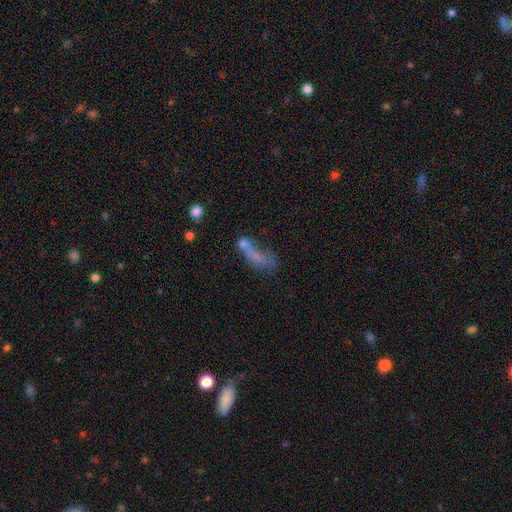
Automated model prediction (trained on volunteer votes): This is possibly a smooth galaxy (55%). How rounded: possibly in between (54%). Merging: marginally major disturbance (32%).